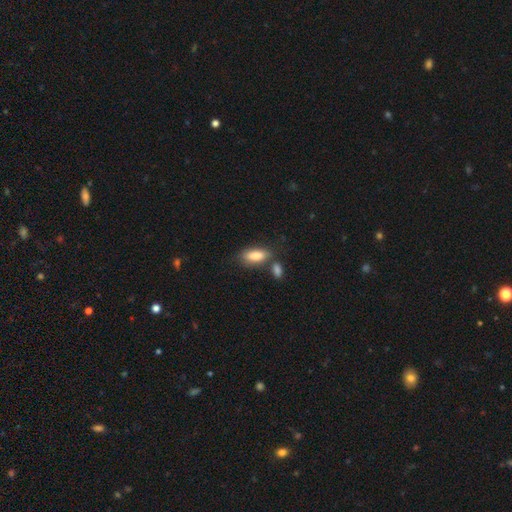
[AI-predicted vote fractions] smooth_or_featured: smooth (p=0.85) [alt: featured or disk p=0.09]
how_rounded: in between (p=0.83) [alt: cigar-shaped p=0.14]
merging: none (p=0.60) [alt: merger p=0.21]